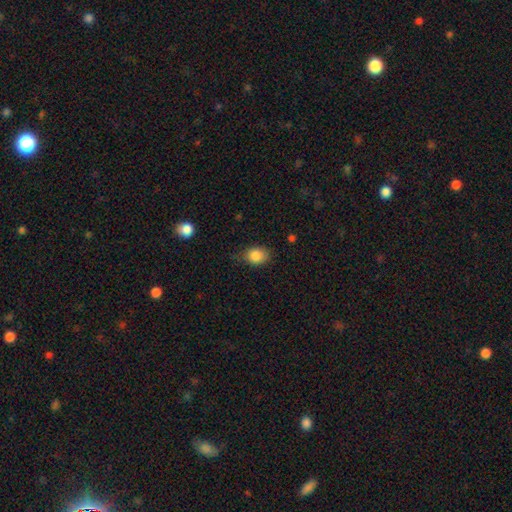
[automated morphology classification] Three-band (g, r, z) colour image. It shows a smooth galaxy with no disk features (85%) that is in between round and cigar-shaped (60%). Merging: none (68%).